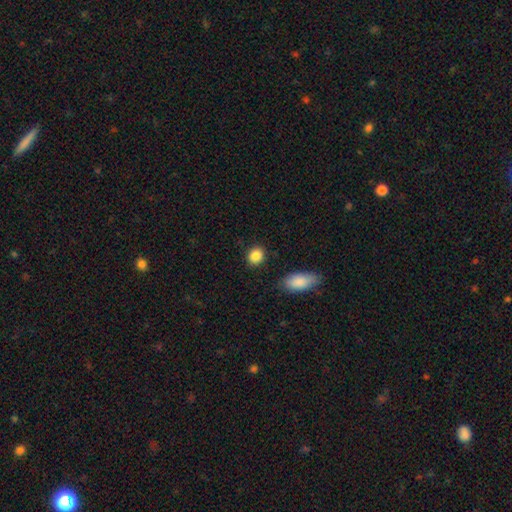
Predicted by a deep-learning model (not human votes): Smooth or featured: smooth — 88% (star or artifact — 8%)
How rounded: round — 64% (in between — 34%)
Merging: none — 87% (minor disturbance — 8%)